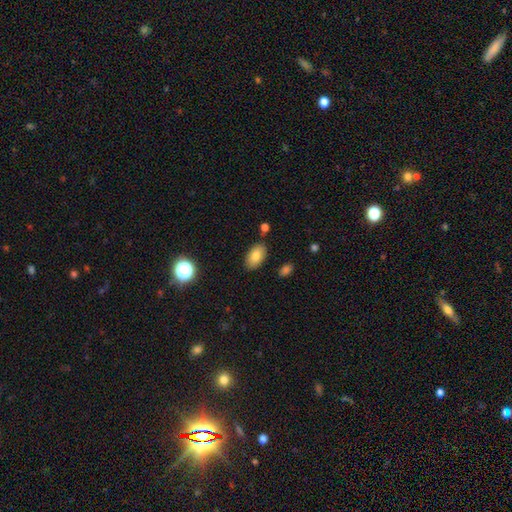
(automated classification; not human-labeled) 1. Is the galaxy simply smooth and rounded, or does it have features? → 81% smooth, 11% featured or disk, 9% star or artifact.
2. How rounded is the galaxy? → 93% in between, 6% round, 2% cigar-shaped.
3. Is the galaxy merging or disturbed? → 83% none, 11% minor disturbance, 4% merger, 3% major disturbance.